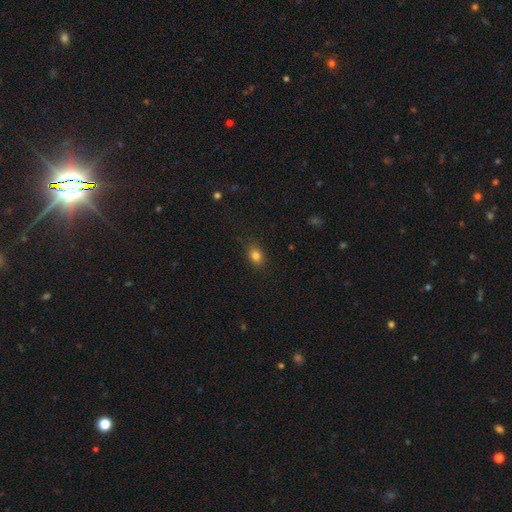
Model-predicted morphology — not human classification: This is clearly a smooth galaxy (82%). How rounded: likely in between (72%). Merging: clearly none (86%).